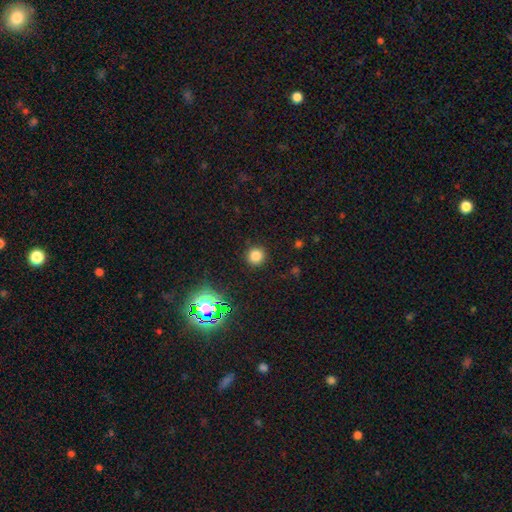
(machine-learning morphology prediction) Smooth or featured? Predicted: smooth (p=0.78). How rounded? Predicted: round (p=0.93). Merging? Predicted: none (p=0.91).